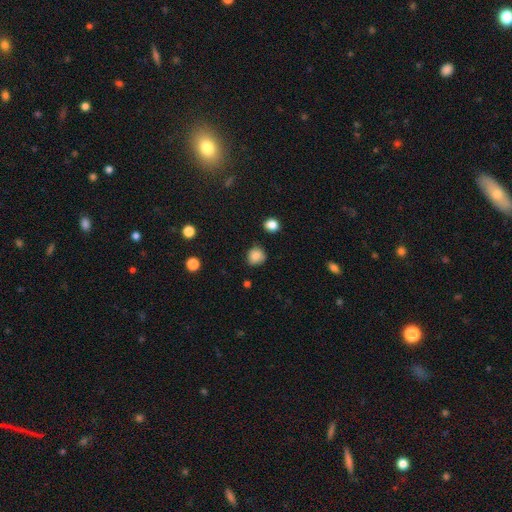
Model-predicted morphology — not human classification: Smooth or featured?
  - smooth: 85% *
  - star or artifact: 10%
  - featured or disk: 4%
How rounded?
  - round: 83% *
  - in between: 16%
  - cigar-shaped: 1%
Merging?
  - none: 77% *
  - minor disturbance: 17%
  - major disturbance: 4%
  - merger: 2%